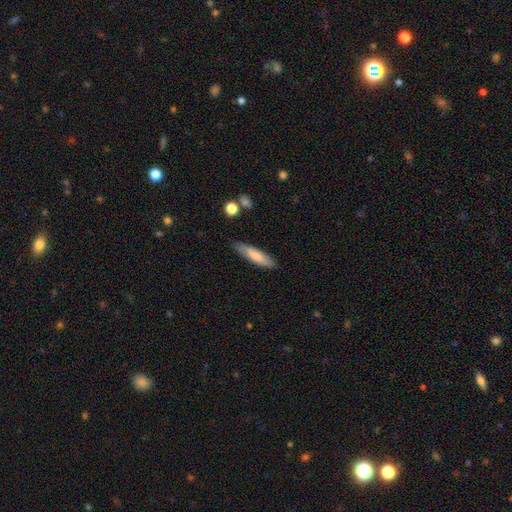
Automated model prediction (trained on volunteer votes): smooth 74%, featured or disk 20%, star or artifact 6%. Down the decision tree: how rounded — cigar-shaped (73%); merging — none (82%).